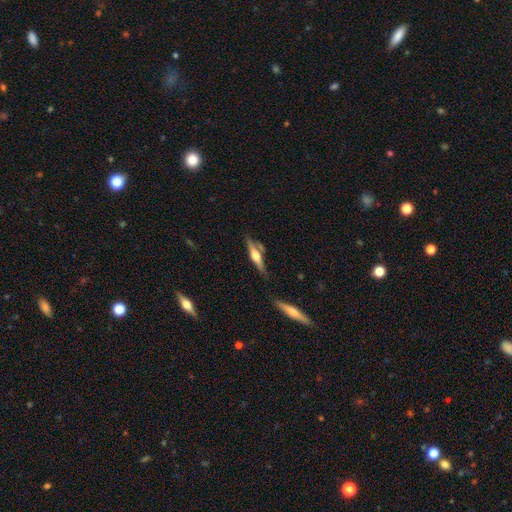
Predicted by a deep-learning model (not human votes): The model was most divided on "smooth or featured": featured or disk: 59%, smooth: 35%, star or artifact: 6%. More confident: edge-on disk — yes (94%); edge-on bulge — rounded (88%); merging — none (67%).